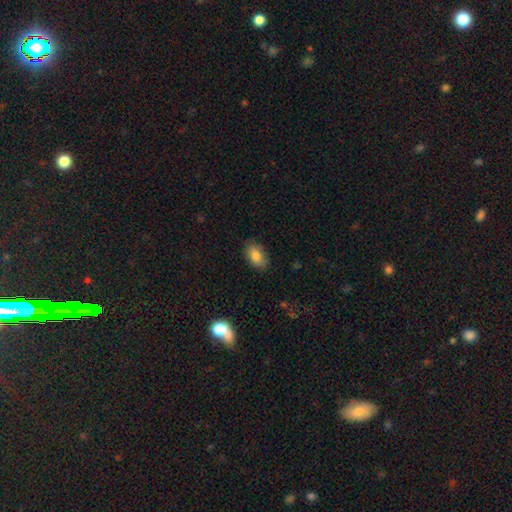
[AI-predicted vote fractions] Smooth or featured? Predicted: smooth (p=0.82). How rounded? Predicted: in between (p=0.89). Merging? Predicted: none (p=0.84).